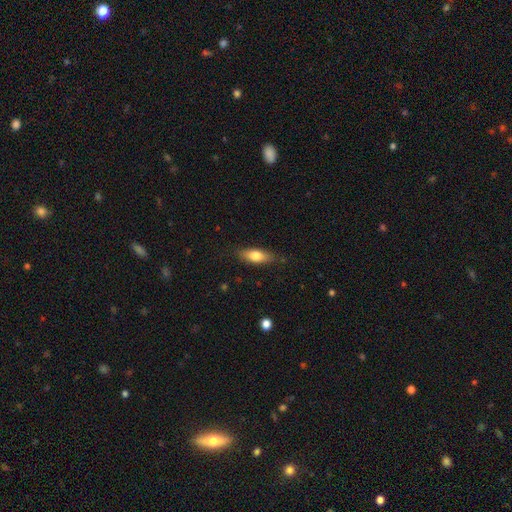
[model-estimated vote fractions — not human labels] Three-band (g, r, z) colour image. It shows a smooth galaxy with no disk features (74%) that is in between round and cigar-shaped (68%). Merging: none (80%).